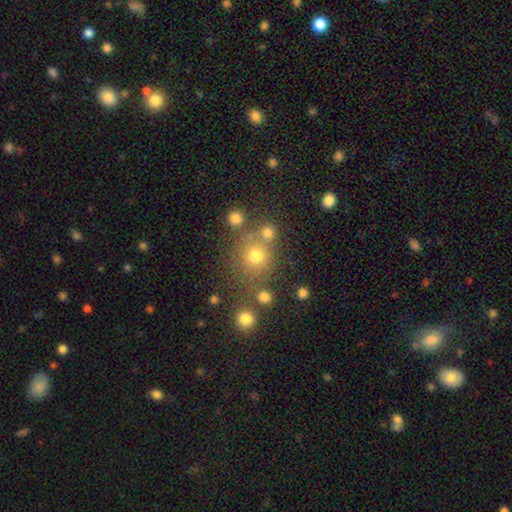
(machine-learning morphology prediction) This is likely a smooth galaxy (73%). How rounded: clearly round (87%). Merging: likely none (68%).